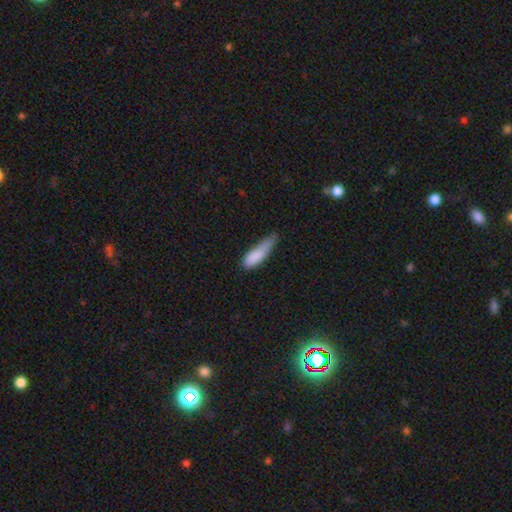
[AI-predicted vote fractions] Morphology: type=smooth (83%); roundness=cigar-shaped (54%); merging=minor disturbance (49%).